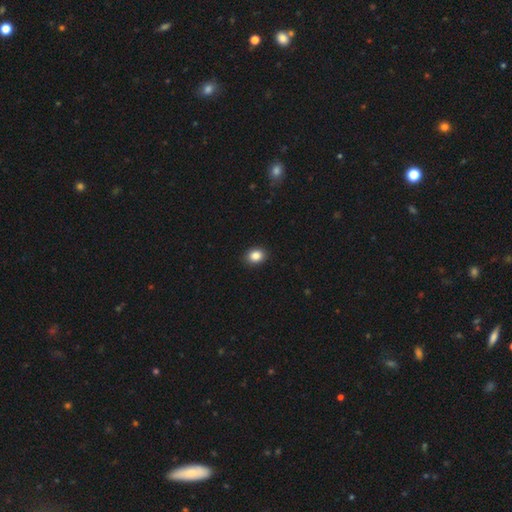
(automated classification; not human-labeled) smooth-or-featured: smooth: 86% | star or artifact: 9% | featured or disk: 5%
  how-rounded: in between: 52% | round: 47% | cigar-shaped: 1%
  merging: none: 90% | minor disturbance: 7% | major disturbance: 2% | merger: 1%